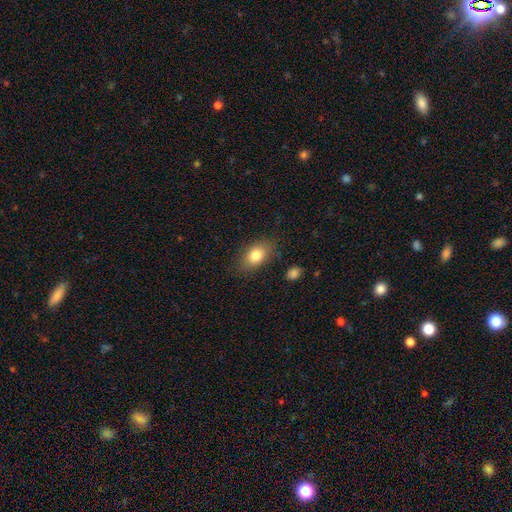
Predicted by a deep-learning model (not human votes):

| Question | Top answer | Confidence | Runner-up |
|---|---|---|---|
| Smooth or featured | smooth | 81% | featured or disk (11%) |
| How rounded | in between | 83% | round (14%) |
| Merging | none | 81% | minor disturbance (14%) |